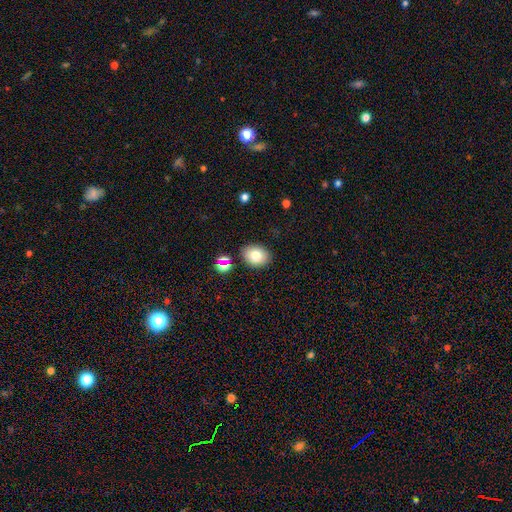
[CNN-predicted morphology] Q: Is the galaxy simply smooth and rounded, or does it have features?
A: smooth — 77%.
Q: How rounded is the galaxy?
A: in between — 66%.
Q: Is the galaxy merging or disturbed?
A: none — 83%.